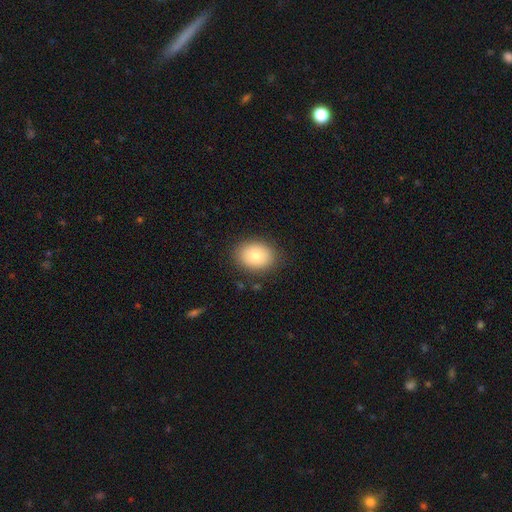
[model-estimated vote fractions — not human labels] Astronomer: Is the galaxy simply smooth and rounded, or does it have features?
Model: smooth — 79%.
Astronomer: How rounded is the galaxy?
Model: in between — 60% (runner-up: round, 39%).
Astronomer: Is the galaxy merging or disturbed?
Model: none — 86%.